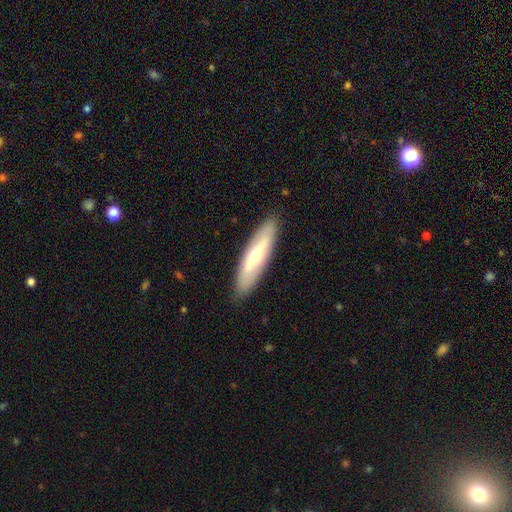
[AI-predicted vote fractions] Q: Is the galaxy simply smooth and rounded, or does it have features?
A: smooth — 51%.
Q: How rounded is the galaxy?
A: cigar-shaped — 72%.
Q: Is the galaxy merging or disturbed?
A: none — 88%.